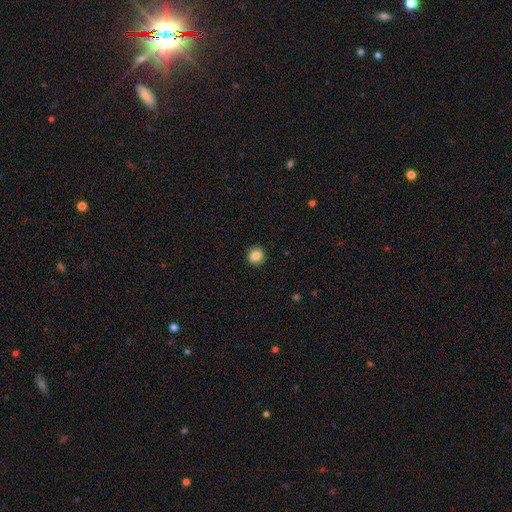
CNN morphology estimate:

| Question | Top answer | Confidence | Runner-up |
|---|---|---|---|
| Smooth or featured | smooth | 84% | star or artifact (9%) |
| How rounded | round | 91% | in between (8%) |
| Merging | none | 91% | minor disturbance (6%) |